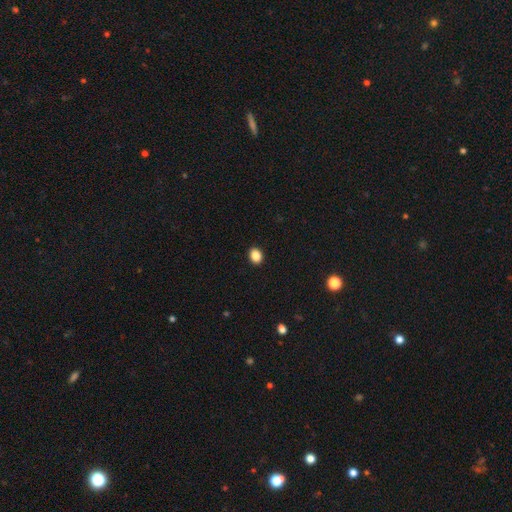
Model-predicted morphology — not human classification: smooth 87%, star or artifact 9%, featured or disk 3%. Down the decision tree: how rounded — in between (53%); merging — none (92%).